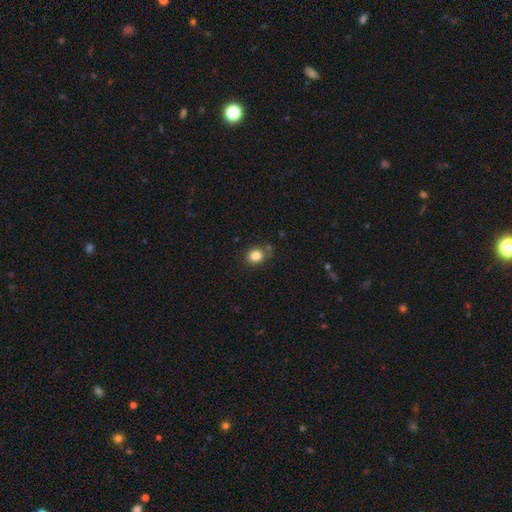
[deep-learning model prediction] The model was most divided on "how rounded": round: 74%, in between: 26%, cigar-shaped: 1%. More confident: smooth or featured — smooth (83%); merging — none (74%).